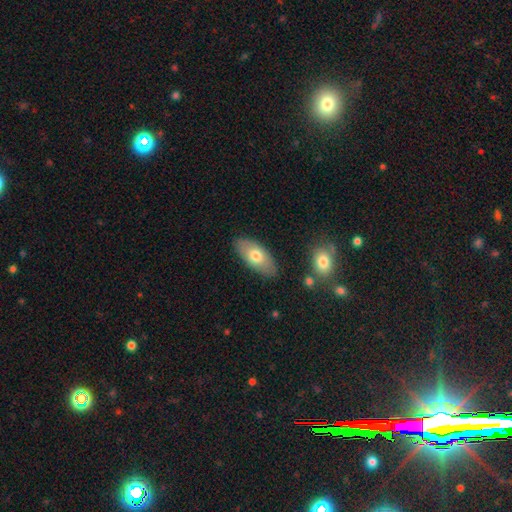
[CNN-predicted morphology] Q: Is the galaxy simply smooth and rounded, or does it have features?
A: smooth — 69%.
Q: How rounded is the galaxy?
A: in between — 90%.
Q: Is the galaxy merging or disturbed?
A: none — 84%.